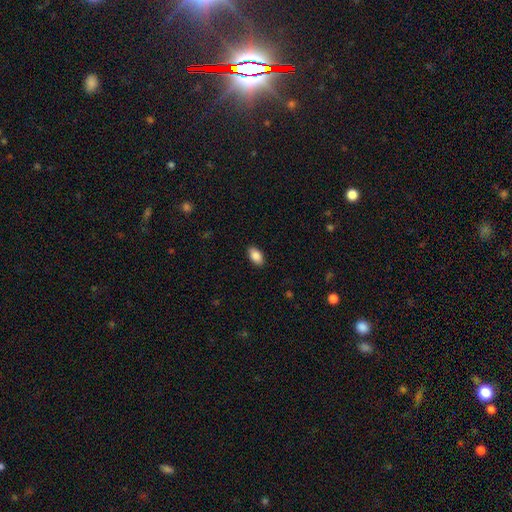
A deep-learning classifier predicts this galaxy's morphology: The model was most divided on "smooth or featured": smooth: 87%, star or artifact: 7%, featured or disk: 6%. More confident: how rounded — in between (93%); merging — none (89%).